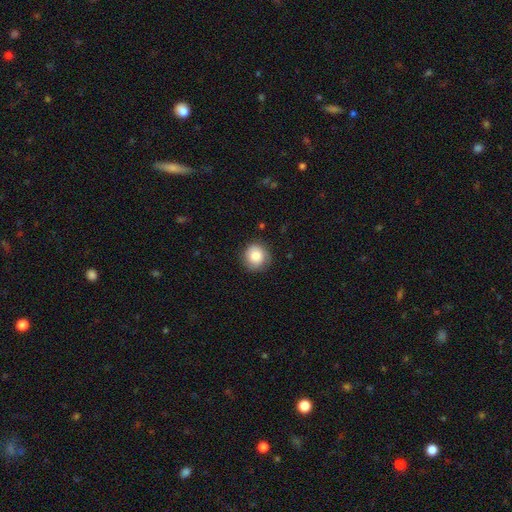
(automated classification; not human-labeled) Overall: smooth (84%). How rounded: round (90%). Merging: none (81%).